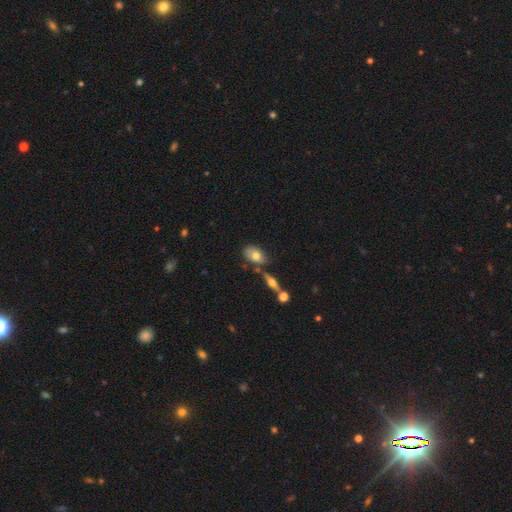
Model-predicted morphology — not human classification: Overall: smooth (66%). How rounded: in between (86%). Merging: none (55%; merger 20%).